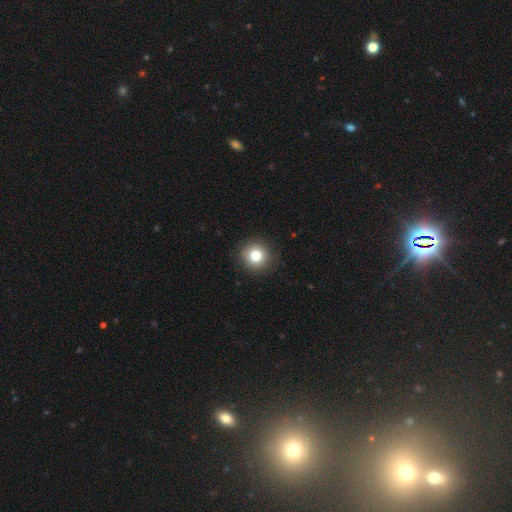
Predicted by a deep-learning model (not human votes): Smooth or featured? Predicted: smooth (p=0.81). How rounded? Predicted: round (p=0.94). Merging? Predicted: none (p=0.91).